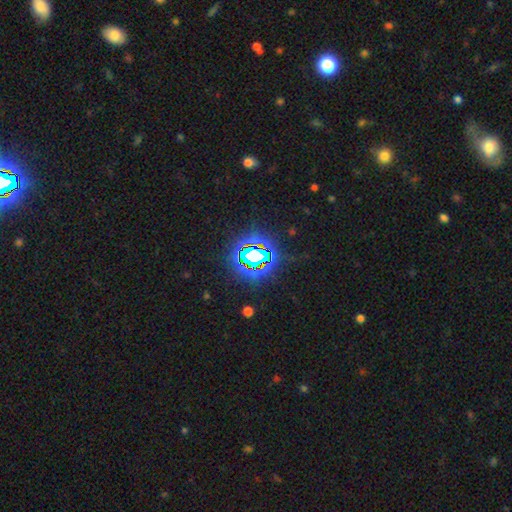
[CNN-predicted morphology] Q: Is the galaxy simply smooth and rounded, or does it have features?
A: star or artifact — 75%.